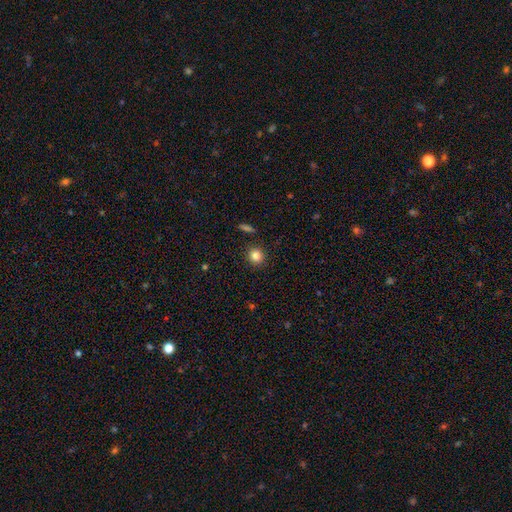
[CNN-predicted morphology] This is clearly a smooth galaxy (84%). How rounded: clearly round (91%). Merging: clearly none (91%).